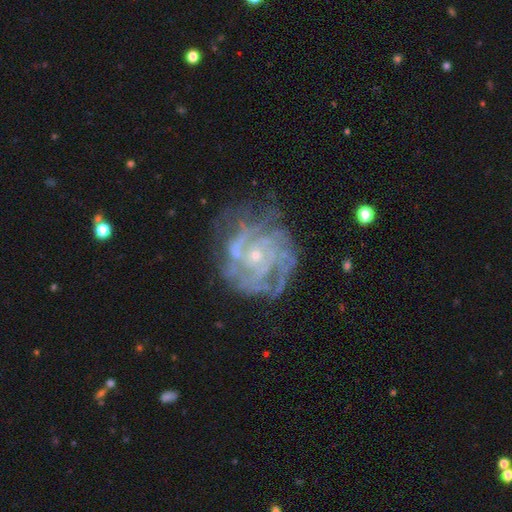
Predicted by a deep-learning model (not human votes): Q: Smooth or featured?
A: featured or disk (86%); runner-up: star or artifact (7%)
Q: Edge-on disk?
A: no (98%); runner-up: yes (2%)
Q: Bar?
A: no (77%); runner-up: weak (19%)
Q: Spiral arms?
A: yes (92%); runner-up: no (8%)
Q: Spiral winding?
A: tight (66%); runner-up: medium (27%)
Q: Spiral arm count?
A: can't tell (35%); runner-up: 3 (18%)
Q: Bulge size?
A: small (75%); runner-up: moderate (20%)
Q: Merging?
A: none (62%); runner-up: minor disturbance (21%)